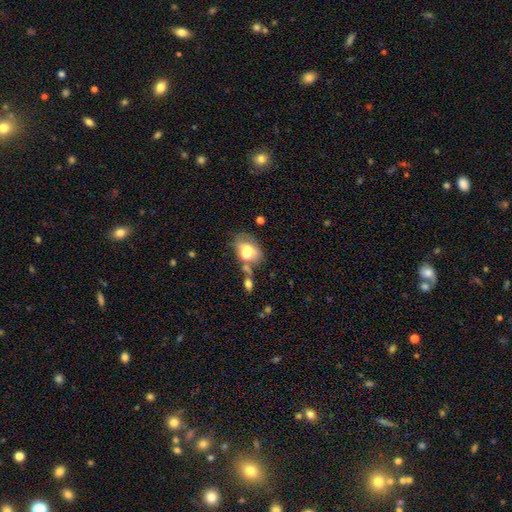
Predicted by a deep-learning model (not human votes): This appears to be a smooth galaxy with no disk features (53%) that is in between round and cigar-shaped (72%). Merging: none (56%).